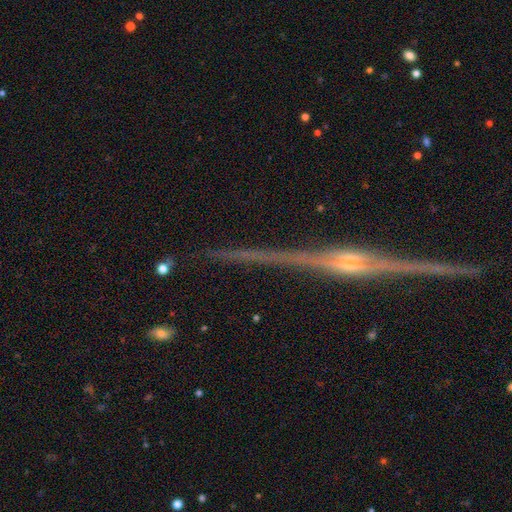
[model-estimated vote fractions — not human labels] Smooth or featured? featured or disk (87%)
Edge-on disk? yes (98%)
Edge-on bulge? rounded (80%)
Merging? none (90%)